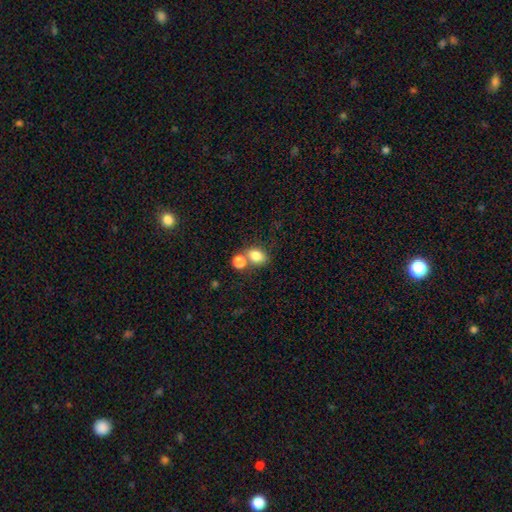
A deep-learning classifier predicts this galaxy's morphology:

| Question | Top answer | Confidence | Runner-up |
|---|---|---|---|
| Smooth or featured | smooth | 81% | star or artifact (11%) |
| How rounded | in between | 60% | round (39%) |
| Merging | none | 54% | merger (31%) |